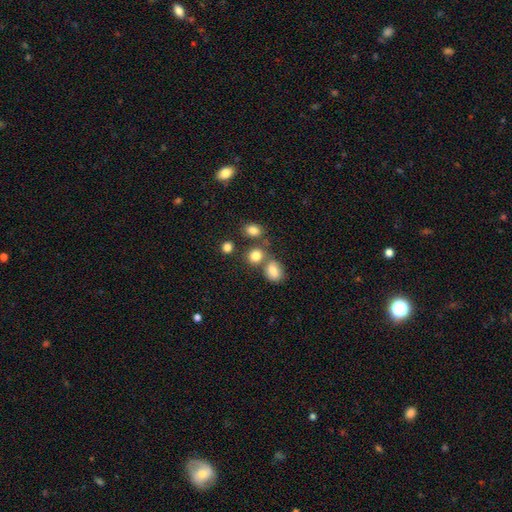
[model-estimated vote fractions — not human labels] Smooth or featured? Predicted: smooth (p=0.81). How rounded? Predicted: round (p=0.66). Merging? Predicted: none (p=0.60).